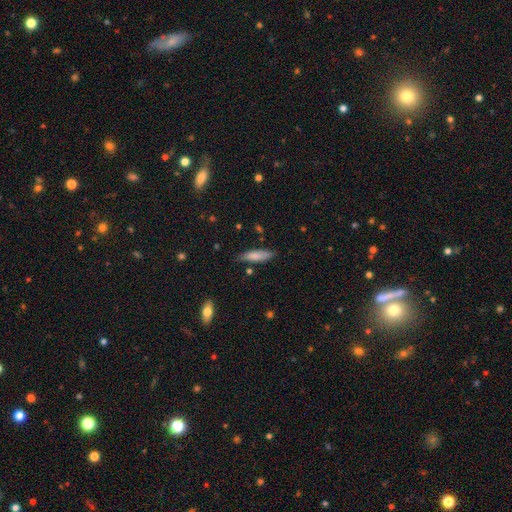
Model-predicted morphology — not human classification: Smooth or featured? Predicted: smooth (p=0.79). How rounded? Predicted: cigar-shaped (p=0.63). Merging? Predicted: none (p=0.77).